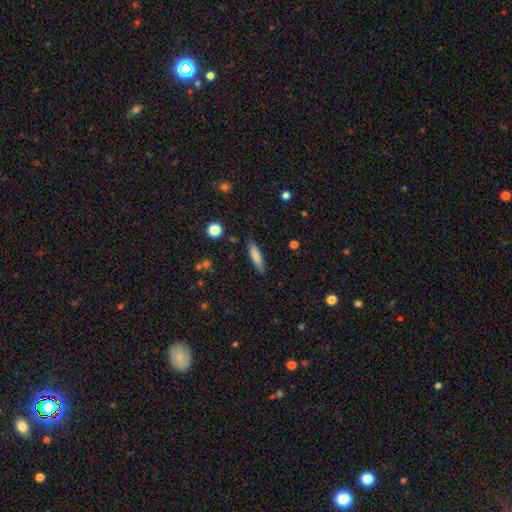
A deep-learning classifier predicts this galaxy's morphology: This is likely a smooth galaxy (79%). How rounded: likely cigar-shaped (70%). Merging: clearly none (82%).